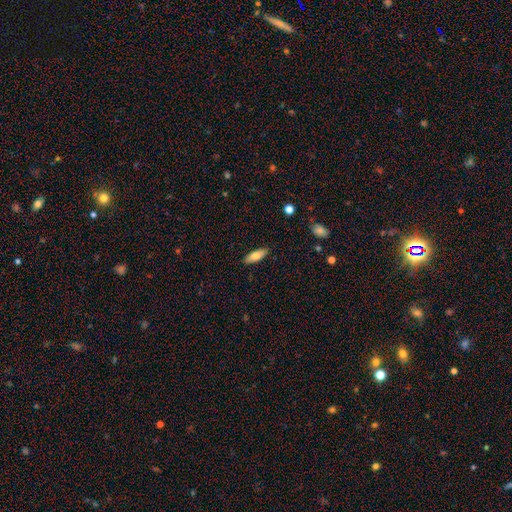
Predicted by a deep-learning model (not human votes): The model was most divided on "how rounded": in between: 63%, cigar-shaped: 35%, round: 2%. More confident: merging — none (87%); smooth or featured — smooth (77%).